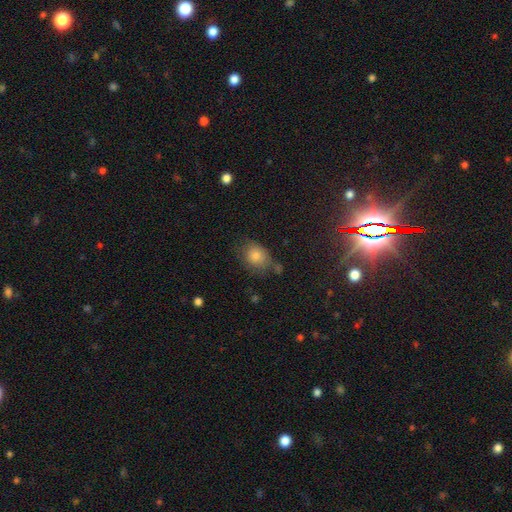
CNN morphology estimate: smooth 72%, star or artifact 18%, featured or disk 10%. Down the decision tree: how rounded — round (50%); merging — none (66%).